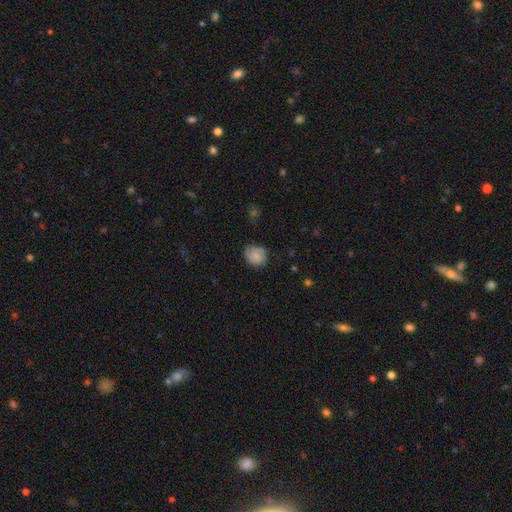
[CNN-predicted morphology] A smooth galaxy with no disk features (62%) that is round (71%). Merging: none (72%).